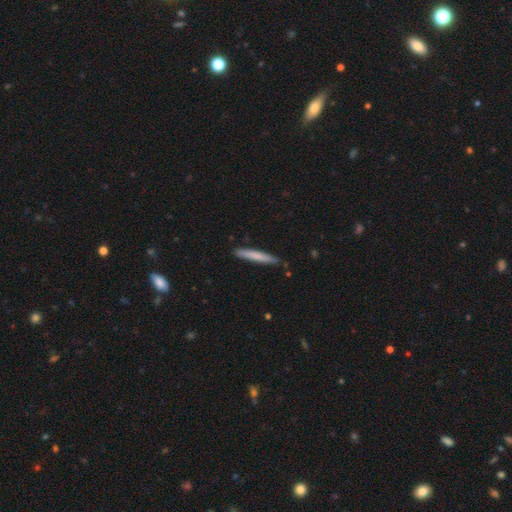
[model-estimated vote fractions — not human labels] Morphology: type=smooth (72%); roundness=cigar-shaped (95%); merging=none (86%).